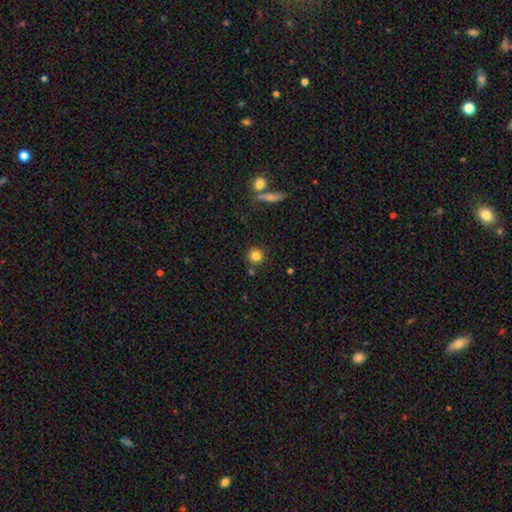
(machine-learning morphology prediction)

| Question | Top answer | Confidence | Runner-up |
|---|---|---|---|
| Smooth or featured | smooth | 82% | star or artifact (11%) |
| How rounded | round | 93% | in between (6%) |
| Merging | none | 81% | merger (8%) |